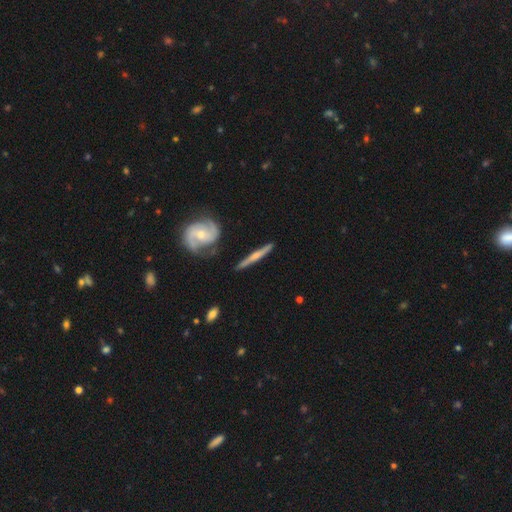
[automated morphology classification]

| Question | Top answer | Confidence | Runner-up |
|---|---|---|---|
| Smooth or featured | featured or disk | 71% | smooth (24%) |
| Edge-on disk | yes | 89% | no (11%) |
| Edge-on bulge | rounded | 62% | none (30%) |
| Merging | none | 83% | minor disturbance (12%) |